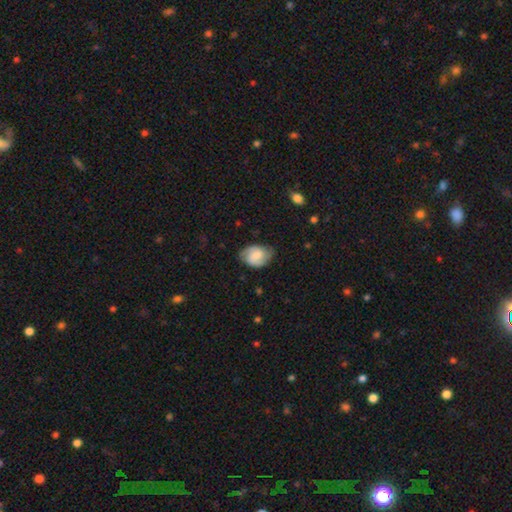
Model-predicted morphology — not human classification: This is possibly a smooth galaxy (48%). Merging: likely none (70%).